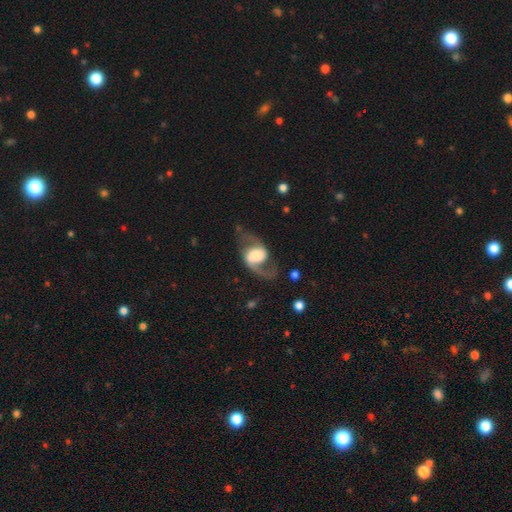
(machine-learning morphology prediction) A featured or disk galaxy (81%) with no bar (41%), 2 (89%) loose (58%) spiral arms (92%) and a large central bulge (45%).

Vote fractions:
- Smooth or featured? featured or disk: 81% / smooth: 13% / star or artifact: 6%
- Edge-on disk? no: 96% / yes: 4%
- Bar? no: 41% / weak: 39% / strong: 20%
- Spiral arms? yes: 92% / no: 8%
- Spiral winding? loose: 58% / medium: 35% / tight: 7%
- Spiral arm count? 2: 89% / 1: 6% / can't tell: 2% / 3: 1% / 4: 1% / more than 4: 1%
- Bulge size? large: 45% / moderate: 27% / dominant: 14% / small: 10% / none: 5%
- Merging? none: 64% / major disturbance: 17% / minor disturbance: 17% / merger: 2%